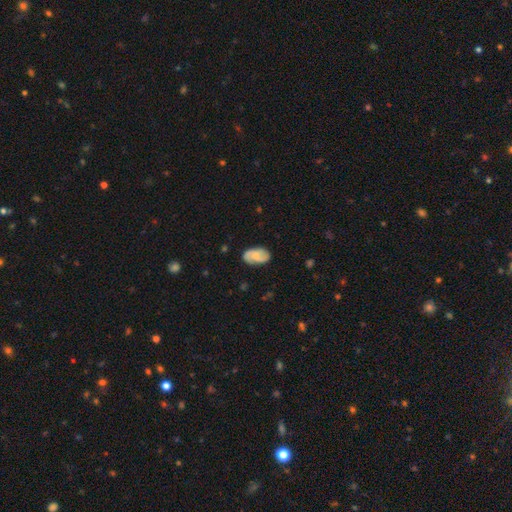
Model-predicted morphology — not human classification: smooth_or_featured: smooth (p=0.48) [alt: featured or disk p=0.44]
merging: none (p=0.78) [alt: minor disturbance p=0.17]